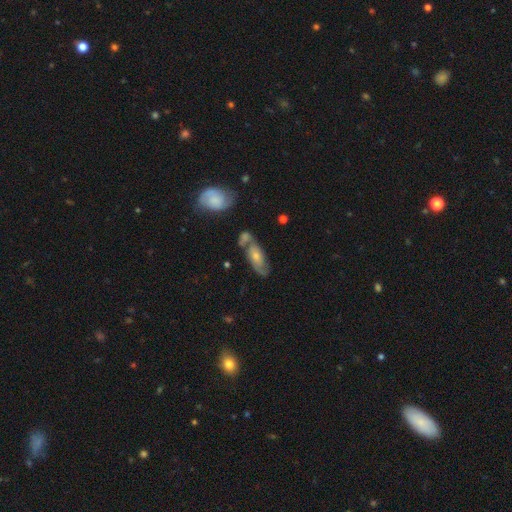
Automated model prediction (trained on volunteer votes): Q: Smooth or featured?
A: featured or disk (61%); runner-up: smooth (29%)
Q: Edge-on disk?
A: no (85%); runner-up: yes (15%)
Q: Bar?
A: no (72%); runner-up: weak (23%)
Q: Spiral arms?
A: yes (80%); runner-up: no (20%)
Q: Bulge size?
A: moderate (51%); runner-up: small (37%)
Q: Merging?
A: none (57%); runner-up: merger (18%)